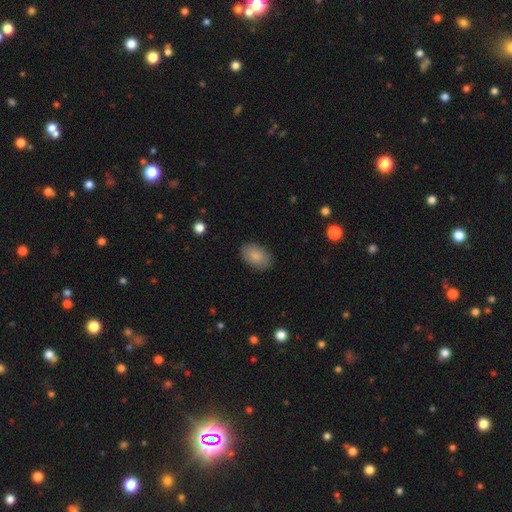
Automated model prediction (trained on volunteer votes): Q: Smooth or featured?
A: smooth (85%); runner-up: featured or disk (8%)
Q: How rounded?
A: in between (90%); runner-up: round (9%)
Q: Merging?
A: none (87%); runner-up: minor disturbance (10%)